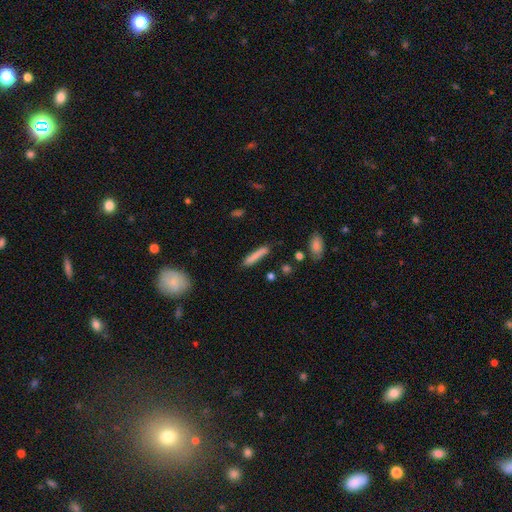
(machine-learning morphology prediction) Smooth or featured: smooth — 79% (featured or disk — 14%)
How rounded: cigar-shaped — 91% (in between — 7%)
Merging: none — 80% (minor disturbance — 14%)